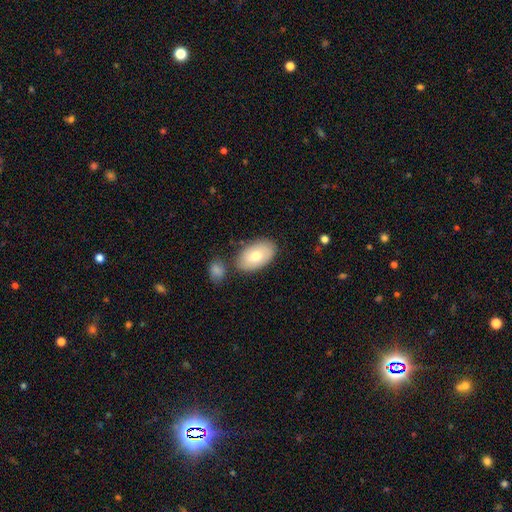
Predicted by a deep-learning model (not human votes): A smooth galaxy with no disk features (75%) that is in between round and cigar-shaped (94%). Merging: none (75%).